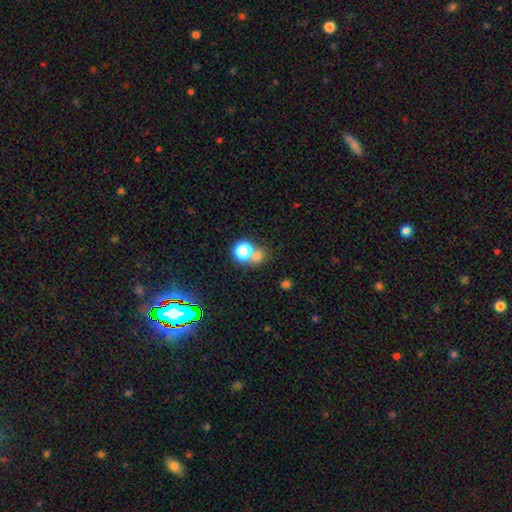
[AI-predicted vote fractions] Smooth or featured? smooth (51%)
How rounded? round (79%)
Merging? none (57%)